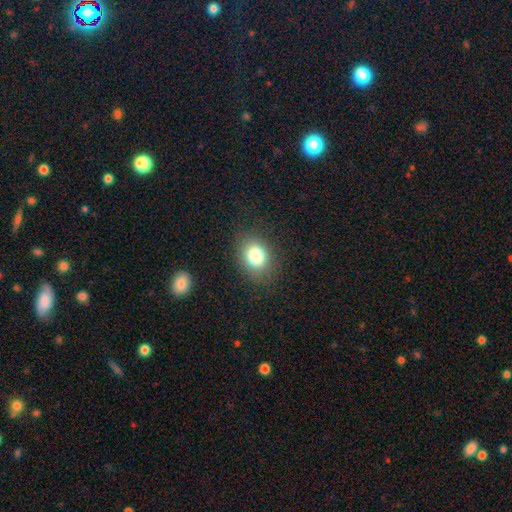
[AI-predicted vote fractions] Overall: smooth (80%). How rounded: in between (52%; round 47%). Merging: none (84%).